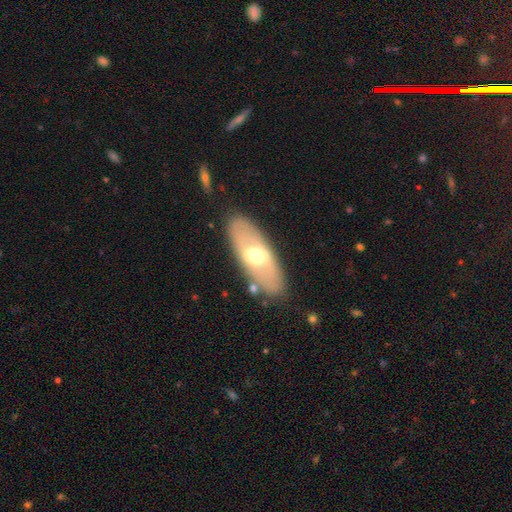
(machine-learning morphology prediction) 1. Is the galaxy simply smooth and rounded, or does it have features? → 59% featured or disk, 35% smooth, 6% star or artifact.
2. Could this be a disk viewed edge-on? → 78% no, 22% yes.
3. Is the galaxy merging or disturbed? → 81% none, 12% minor disturbance, 5% major disturbance, 3% merger.